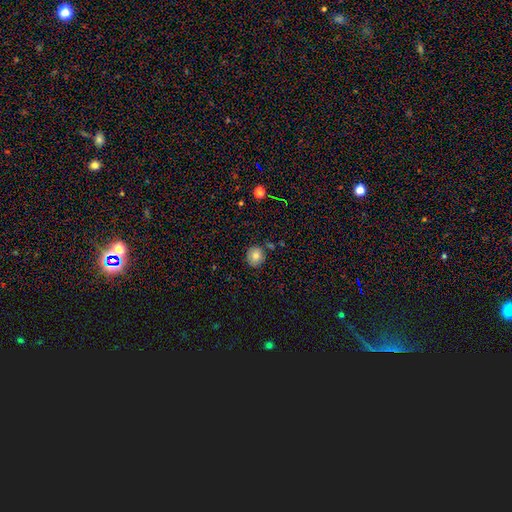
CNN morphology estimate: Smooth or featured? smooth (81%)
How rounded? round (83%)
Merging? none (82%)